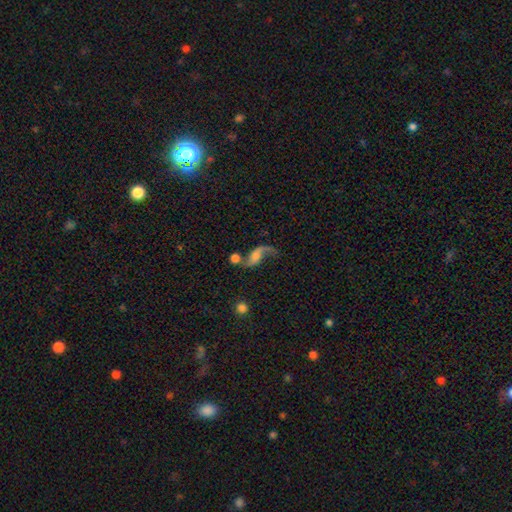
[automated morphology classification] Smooth or featured? Predicted: featured or disk (p=0.78). Edge-on disk? Predicted: no (p=0.96). Bar? Predicted: no (p=0.58). Spiral arms? Predicted: yes (p=0.93). Spiral winding? Predicted: loose (p=0.90). Spiral arm count? Predicted: 2 (p=0.83). Bulge size? Predicted: small (p=0.36). Merging? Predicted: none (p=0.42).